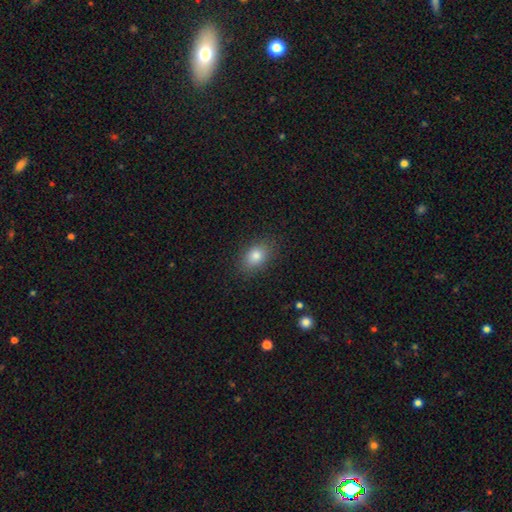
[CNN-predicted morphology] type=smooth (83%); roundness=in between (80%); merging=none (85%).